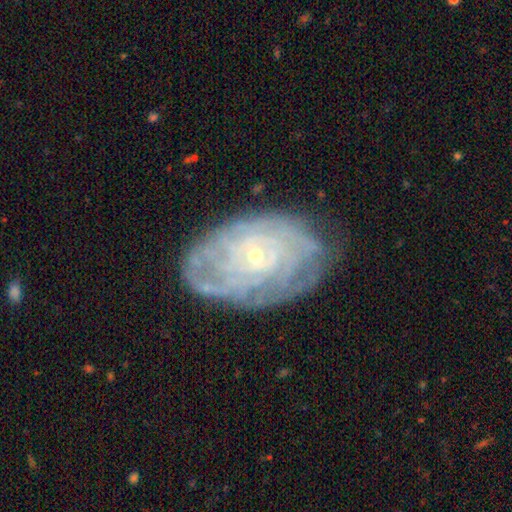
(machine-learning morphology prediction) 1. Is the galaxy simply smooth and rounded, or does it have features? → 82% featured or disk, 11% smooth, 6% star or artifact.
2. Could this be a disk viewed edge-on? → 95% no, 5% yes.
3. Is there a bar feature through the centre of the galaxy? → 75% no, 20% weak, 5% strong.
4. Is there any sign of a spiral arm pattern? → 91% yes, 9% no.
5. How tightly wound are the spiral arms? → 80% tight, 16% medium, 4% loose.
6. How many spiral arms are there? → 49% can't tell, 14% 4, 11% 2, 11% more than 4, 10% 3, 6% 1.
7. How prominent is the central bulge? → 81% small, 16% moderate, 1% none, 1% large, 1% dominant.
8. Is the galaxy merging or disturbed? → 74% none, 18% minor disturbance, 6% major disturbance, 1% merger.